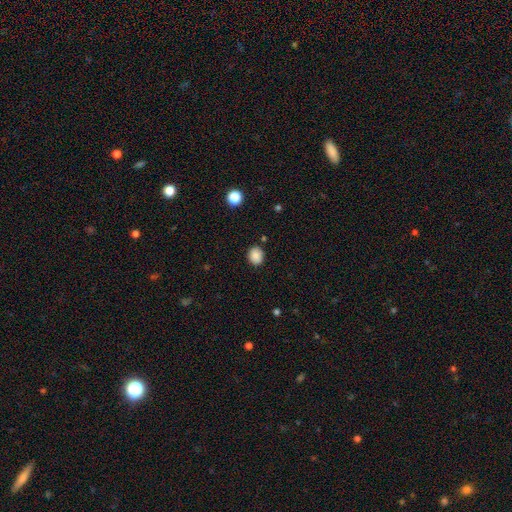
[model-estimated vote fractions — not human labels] This is clearly a smooth galaxy (87%). How rounded: likely round (65%). Merging: clearly none (85%).